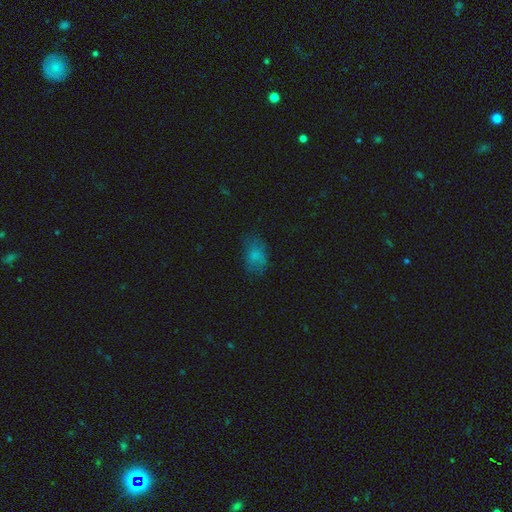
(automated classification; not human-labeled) Morphology: type=smooth (73%); roundness=in between (83%); merging=none (62%).